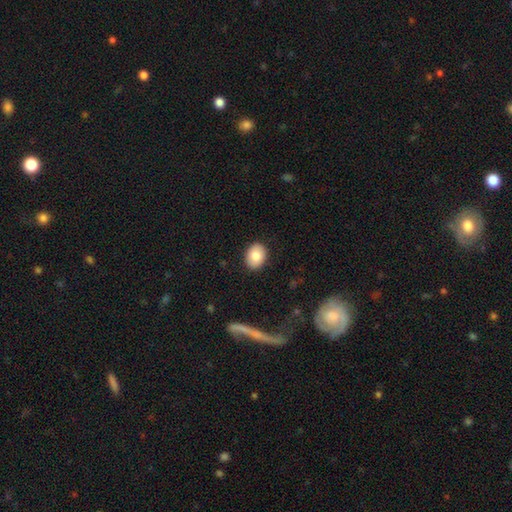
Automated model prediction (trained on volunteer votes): This is clearly a smooth galaxy (81%). How rounded: likely in between (64%). Merging: clearly none (89%).